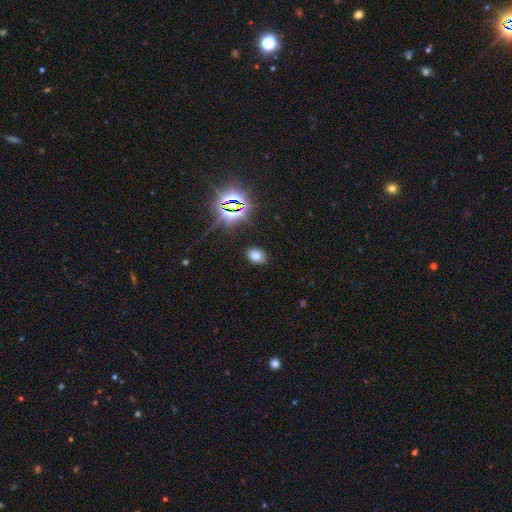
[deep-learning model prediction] This is likely a smooth galaxy (70%). How rounded: likely in between (75%). Merging: clearly none (87%).